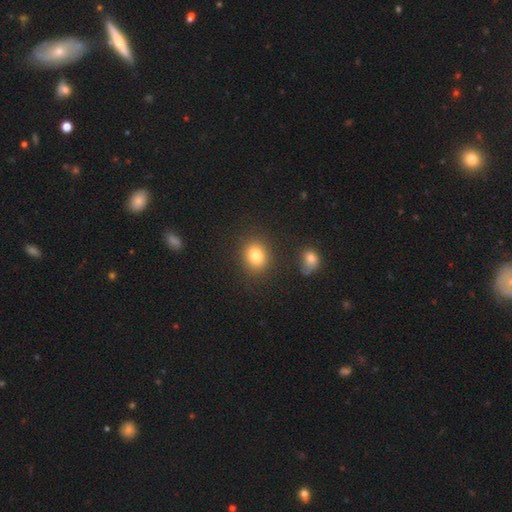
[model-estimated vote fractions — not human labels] smooth 81%, star or artifact 11%, featured or disk 8%. Down the decision tree: how rounded — round (68%); merging — none (84%).